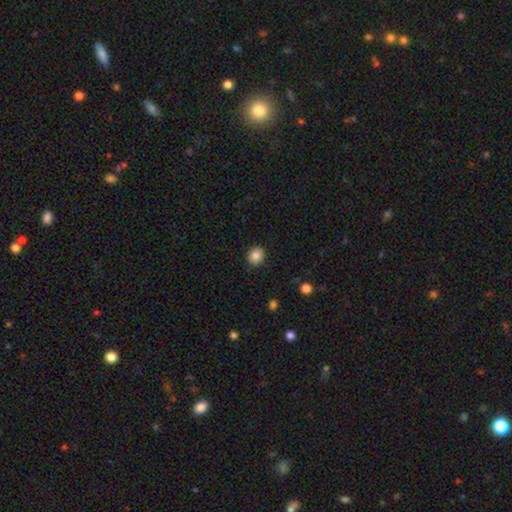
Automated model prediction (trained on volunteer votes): Q: Smooth or featured?
A: smooth (86%); runner-up: star or artifact (9%)
Q: How rounded?
A: round (70%); runner-up: in between (29%)
Q: Merging?
A: none (90%); runner-up: minor disturbance (7%)